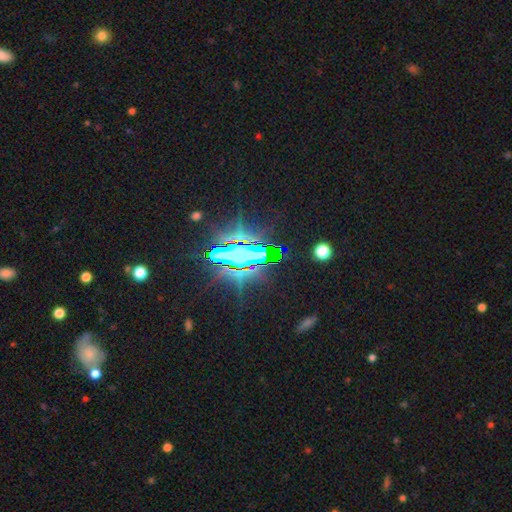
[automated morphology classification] star or artifact 76%, featured or disk 12%, smooth 11%.